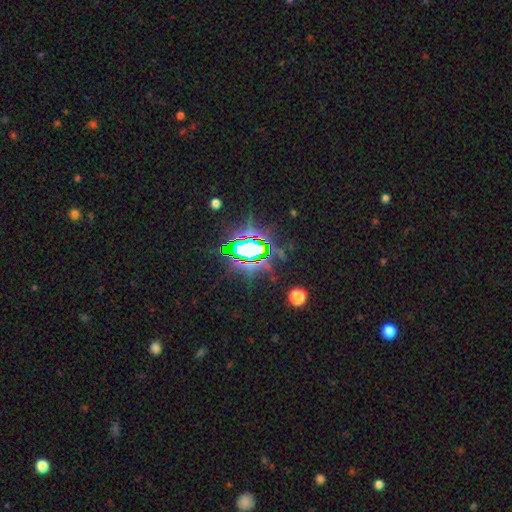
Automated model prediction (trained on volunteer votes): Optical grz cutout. It shows a star or artifact, not a galaxy (73%).